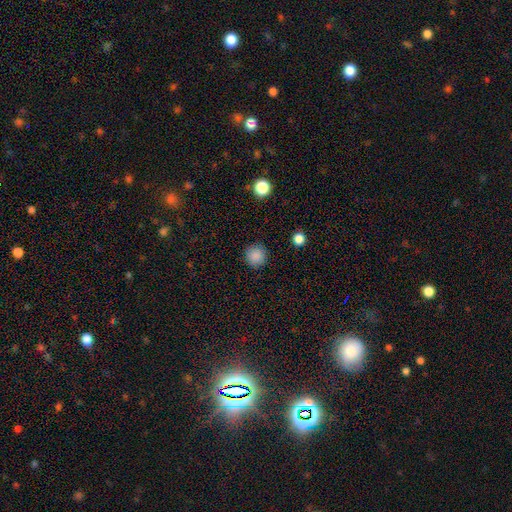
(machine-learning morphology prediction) Smooth or featured?
  - smooth: 87% *
  - star or artifact: 10%
  - featured or disk: 3%
How rounded?
  - round: 94% *
  - in between: 5%
  - cigar-shaped: 1%
Merging?
  - none: 90% *
  - minor disturbance: 7%
  - major disturbance: 2%
  - merger: 1%